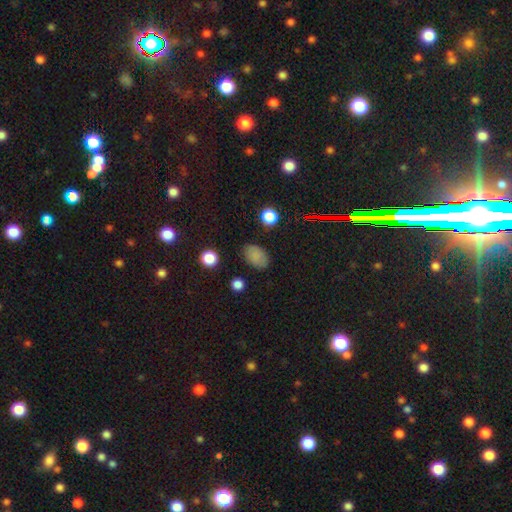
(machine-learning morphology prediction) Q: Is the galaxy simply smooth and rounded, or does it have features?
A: smooth — 81%.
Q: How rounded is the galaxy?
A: in between — 85%.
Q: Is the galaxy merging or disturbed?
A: none — 82%.